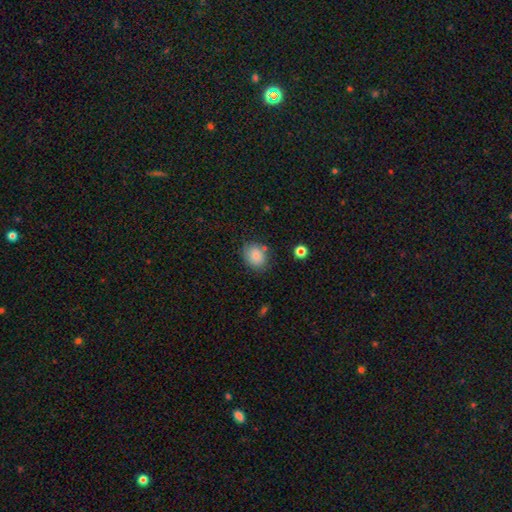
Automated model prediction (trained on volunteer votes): Smooth or featured: smooth — 85% (star or artifact — 9%)
How rounded: round — 55% (in between — 44%)
Merging: none — 77% (minor disturbance — 15%)